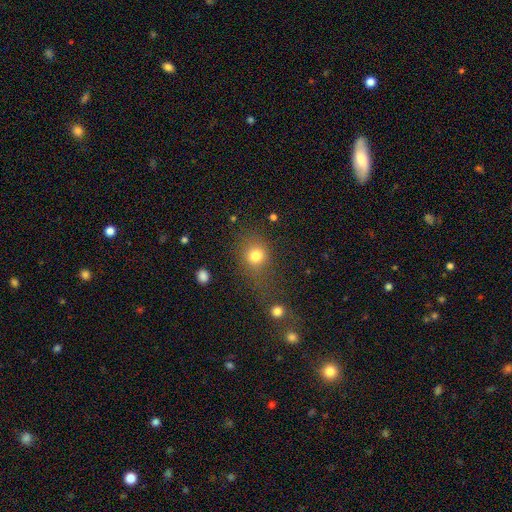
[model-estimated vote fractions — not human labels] A smooth galaxy with no disk features (79%) that is round (76%). Merging: none (57%).